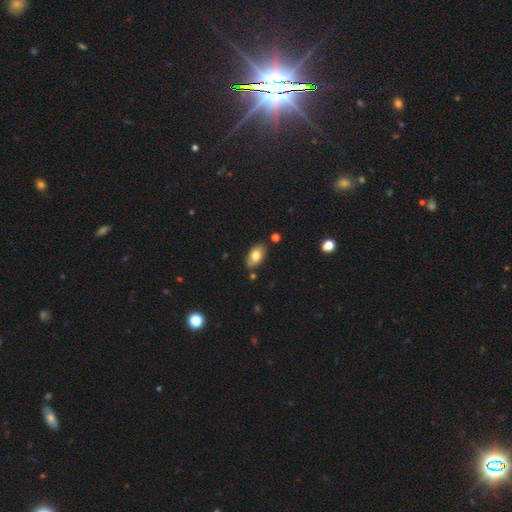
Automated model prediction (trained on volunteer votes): Smooth or featured: smooth — 77% (featured or disk — 16%)
How rounded: in between — 93% (round — 6%)
Merging: none — 81% (minor disturbance — 12%)